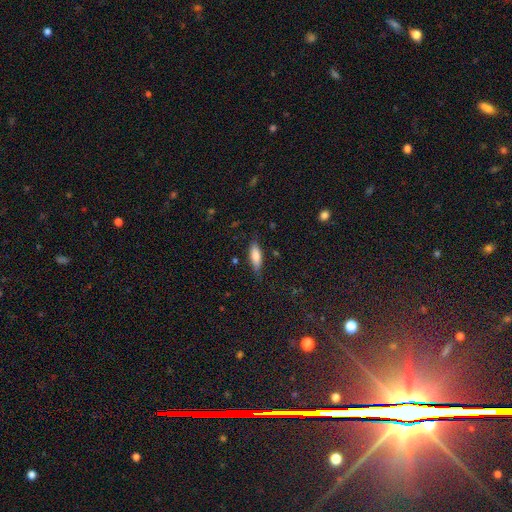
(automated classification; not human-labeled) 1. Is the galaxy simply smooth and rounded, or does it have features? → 78% smooth, 15% featured or disk, 7% star or artifact.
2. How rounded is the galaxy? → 60% in between, 38% cigar-shaped, 2% round.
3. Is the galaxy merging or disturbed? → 76% none, 18% minor disturbance, 4% major disturbance, 2% merger.